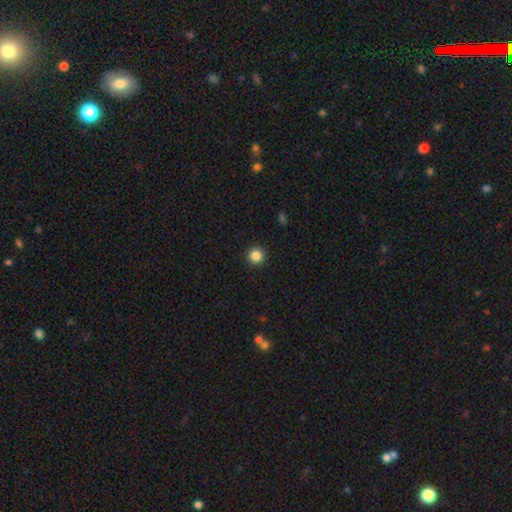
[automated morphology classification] Overall: smooth (86%). How rounded: round (96%). Merging: none (93%).